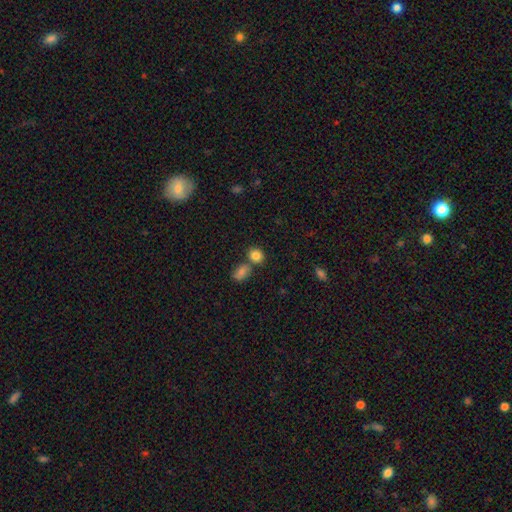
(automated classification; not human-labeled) smooth_or_featured: smooth (p=0.84) [alt: star or artifact p=0.10]
how_rounded: round (p=0.66) [alt: in between p=0.33]
merging: none (p=0.60) [alt: merger p=0.27]